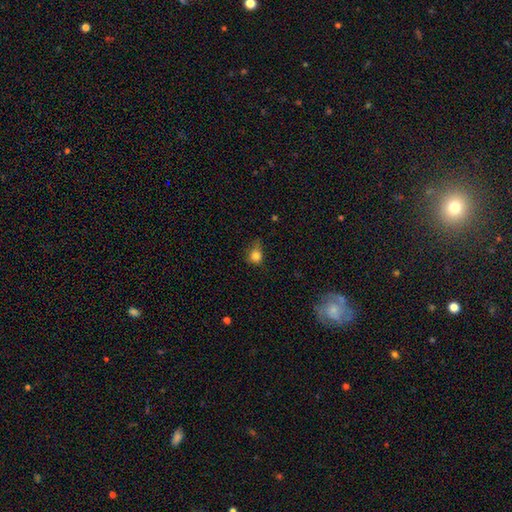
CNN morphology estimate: This appears to be a smooth galaxy with no disk features (80%) that is round (70%). Merging: none (50%).